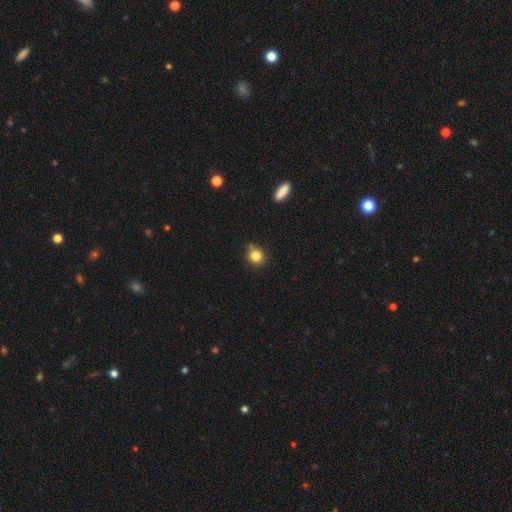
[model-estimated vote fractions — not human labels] This is clearly a smooth galaxy (82%). How rounded: clearly round (84%). Merging: likely none (73%).